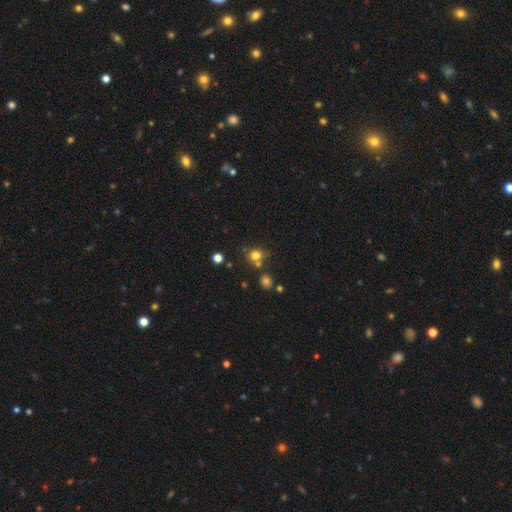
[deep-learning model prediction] smooth_or_featured: smooth (p=0.75) [alt: star or artifact p=0.17]
how_rounded: round (p=0.78) [alt: in between p=0.21]
merging: none (p=0.62) [alt: merger p=0.22]